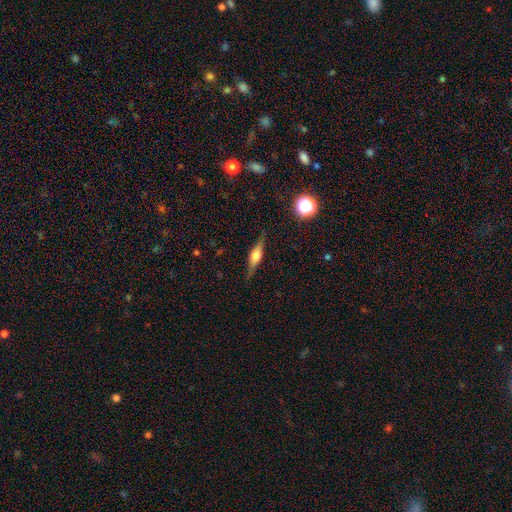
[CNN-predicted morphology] This is likely a featured or disk galaxy (69%). It is clearly viewed edge-on (97%). Edge-on bulge: clearly rounded (87%). Merging: clearly none (86%).